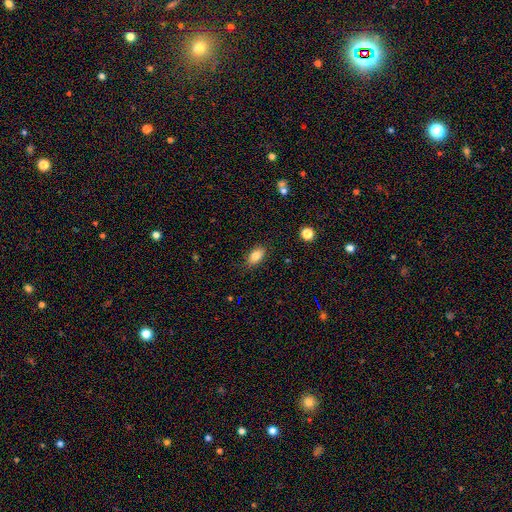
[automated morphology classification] type=smooth (83%); roundness=in between (89%); merging=none (84%).